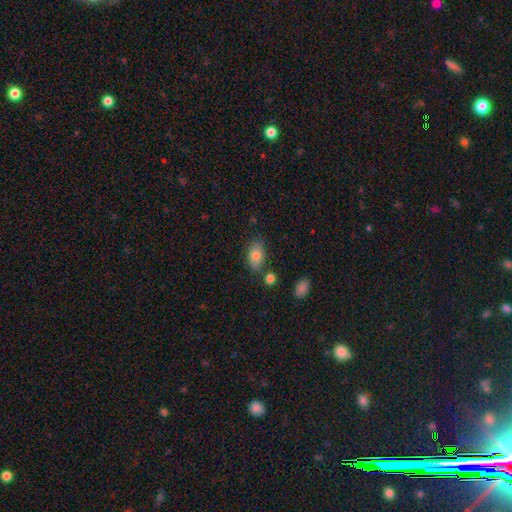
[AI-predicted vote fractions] This appears to be a smooth galaxy with no disk features (80%) that is in between round and cigar-shaped (88%). Merging: none (71%).